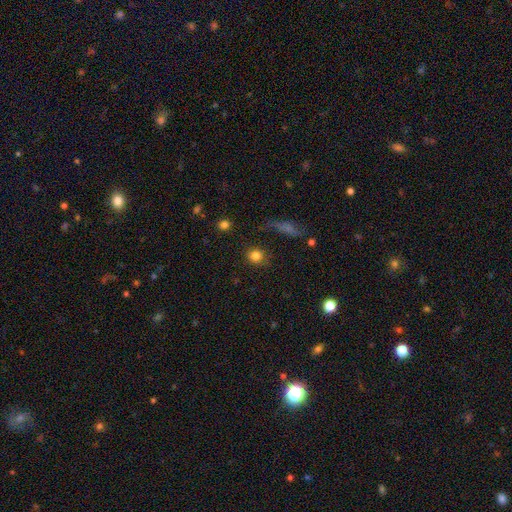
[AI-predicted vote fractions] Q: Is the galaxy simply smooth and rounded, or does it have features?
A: smooth — 83%.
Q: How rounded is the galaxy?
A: round — 88%.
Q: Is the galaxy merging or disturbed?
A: none — 83%.